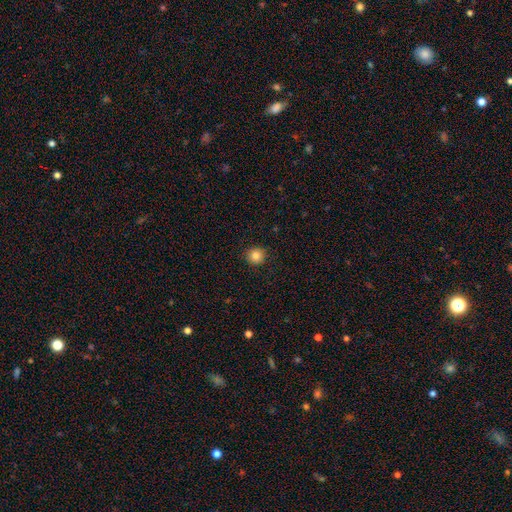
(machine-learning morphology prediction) A smooth galaxy with no disk features (85%) that is round (93%).

Vote fractions:
- Smooth or featured? smooth: 85% / star or artifact: 11% / featured or disk: 5%
- How rounded? round: 93% / in between: 6% / cigar-shaped: 1%
- Merging? none: 92% / minor disturbance: 6% / major disturbance: 2% / merger: 1%